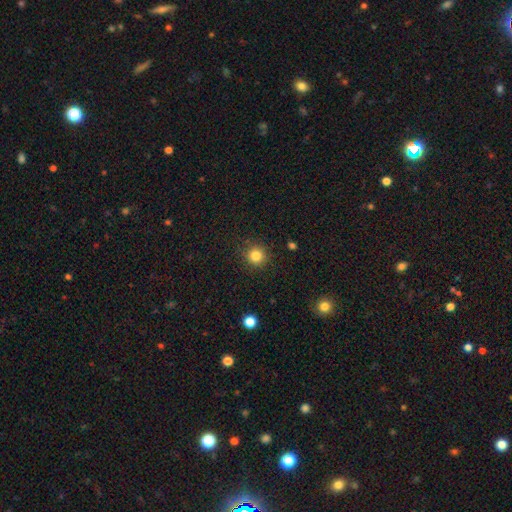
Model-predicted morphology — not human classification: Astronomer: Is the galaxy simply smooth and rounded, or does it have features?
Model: smooth — 83%.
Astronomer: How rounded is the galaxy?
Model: round — 93%.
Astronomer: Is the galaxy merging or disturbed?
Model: none — 90%.